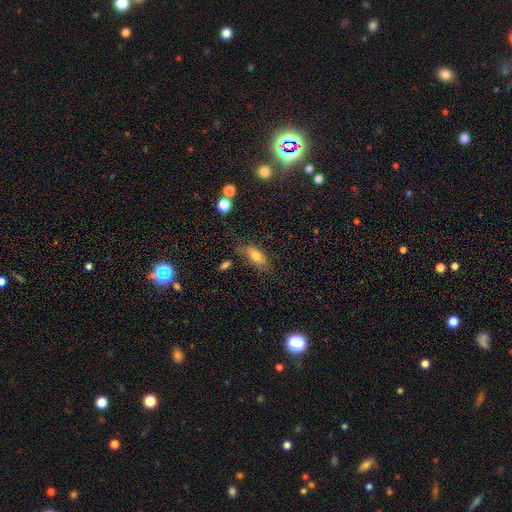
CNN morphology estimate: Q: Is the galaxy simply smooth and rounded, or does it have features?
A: smooth — 72%.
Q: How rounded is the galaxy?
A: in between — 80%.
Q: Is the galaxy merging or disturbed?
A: none — 65%.